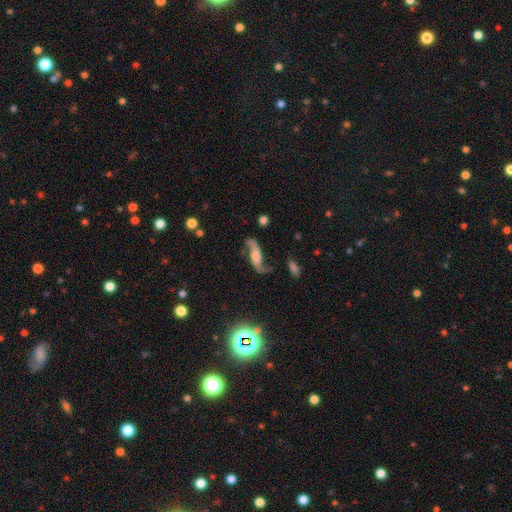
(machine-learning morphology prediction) Smooth or featured? featured or disk (83%)
Edge-on disk? no (89%)
Bar? no (52%)
Spiral arms? yes (96%)
Spiral winding? loose (84%)
Spiral arm count? 2 (93%)
Bulge size? none (31%)
Merging? none (71%)